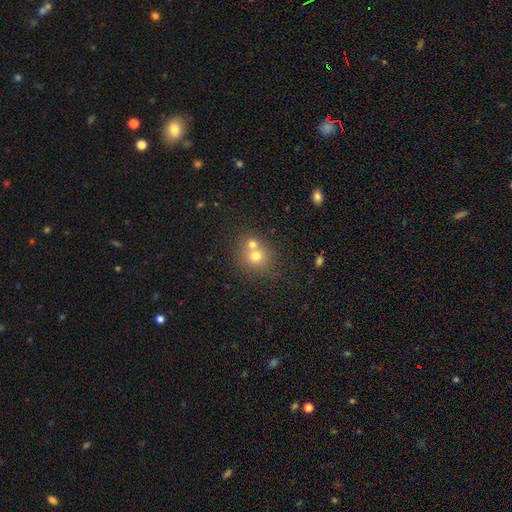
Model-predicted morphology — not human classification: type=smooth (69%); roundness=round (85%); merging=none (46%).